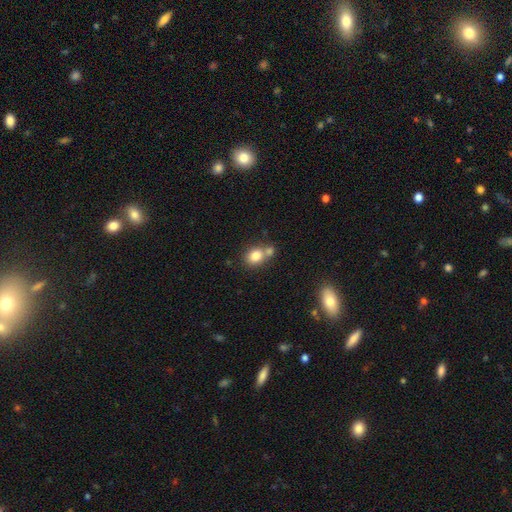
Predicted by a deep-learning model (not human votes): A smooth galaxy with no disk features (81%) that is round (58%).

Vote fractions:
- Smooth or featured? smooth: 81% / star or artifact: 10% / featured or disk: 9%
- How rounded? round: 58% / in between: 41% / cigar-shaped: 1%
- Merging? none: 48% / merger: 38% / minor disturbance: 10% / major disturbance: 3%